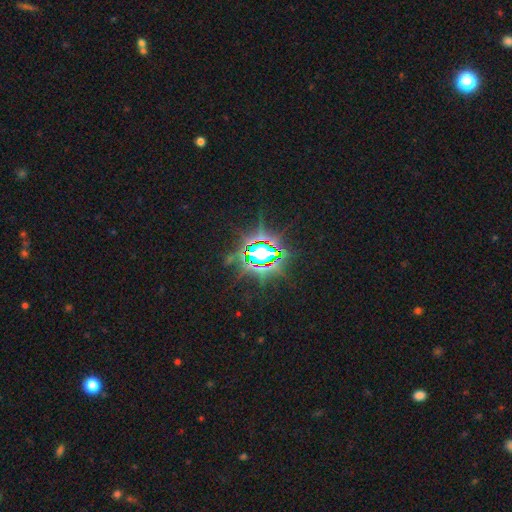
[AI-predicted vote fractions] The model was most divided on "smooth or featured": star or artifact: 84%, smooth: 9%, featured or disk: 7%.